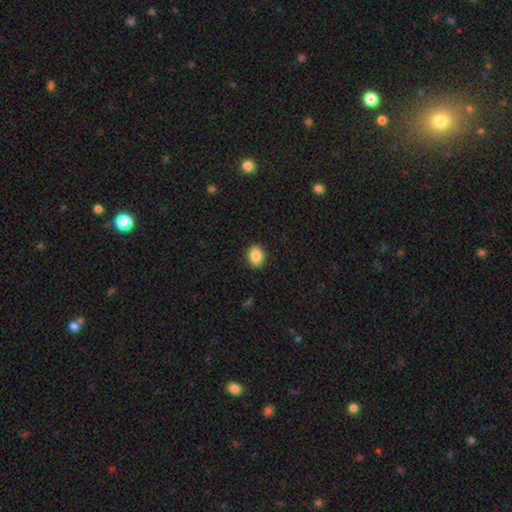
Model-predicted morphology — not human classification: type=smooth (87%); roundness=in between (52%); merging=none (91%).